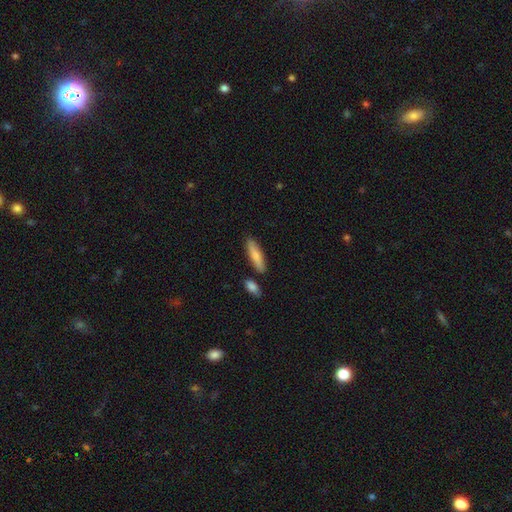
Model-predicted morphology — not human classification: Smooth or featured? smooth (77%)
How rounded? cigar-shaped (69%)
Merging? none (82%)